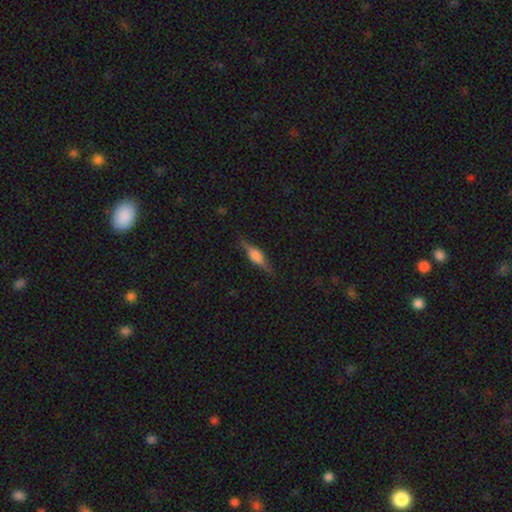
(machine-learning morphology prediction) type=featured or disk (53%); edge-on=yes (95%); edge-on bulge=rounded (69%); merging=none (81%).